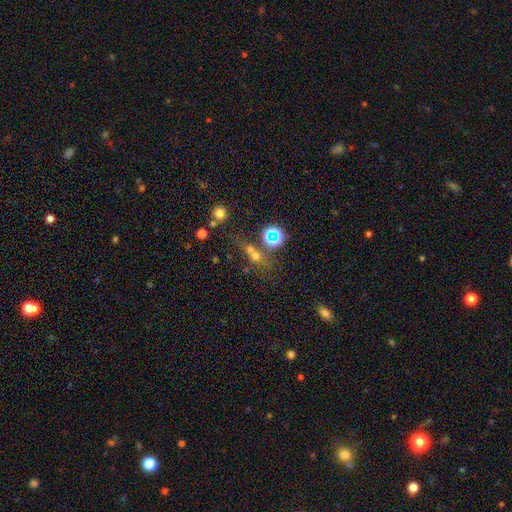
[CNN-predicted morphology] Smooth or featured?
  - smooth: 49% *
  - star or artifact: 35%
  - featured or disk: 15%
Merging?
  - none: 47% *
  - merger: 36%
  - minor disturbance: 10%
  - major disturbance: 8%